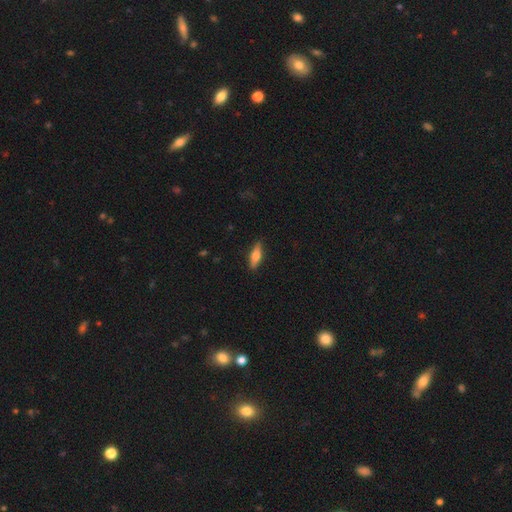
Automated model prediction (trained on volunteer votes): Smooth or featured: smooth — 60% (featured or disk — 33%)
How rounded: in between — 50% (cigar-shaped — 48%)
Merging: none — 87% (minor disturbance — 10%)